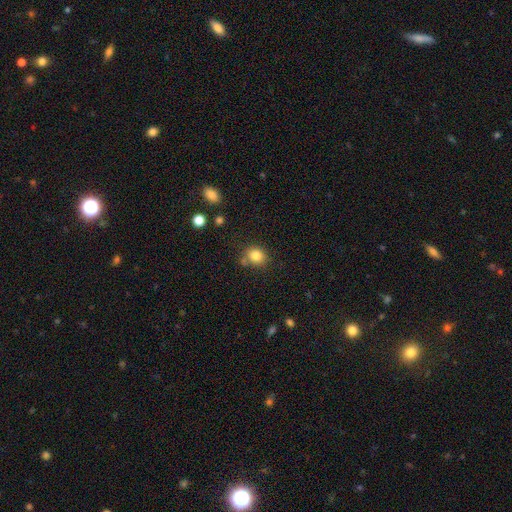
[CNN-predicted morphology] This is clearly a smooth galaxy (83%). How rounded: likely round (77%). Merging: likely none (69%).